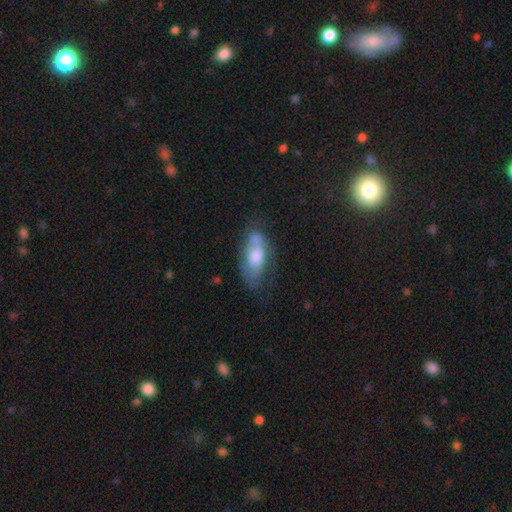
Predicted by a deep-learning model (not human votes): A smooth galaxy with no disk features (50%) that is in between round and cigar-shaped (83%).

Vote fractions:
- Smooth or featured? smooth: 50% / featured or disk: 42% / star or artifact: 8%
- How rounded? in between: 83% / cigar-shaped: 13% / round: 3%
- Merging? none: 48% / minor disturbance: 29% / major disturbance: 14% / merger: 9%